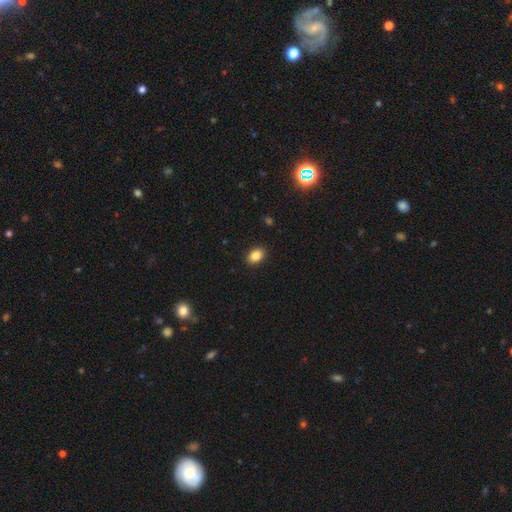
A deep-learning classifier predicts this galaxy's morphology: A smooth galaxy with no disk features (85%) that is in between round and cigar-shaped (74%).

Vote fractions:
- Smooth or featured? smooth: 85% / star or artifact: 9% / featured or disk: 6%
- How rounded? in between: 74% / round: 25% / cigar-shaped: 1%
- Merging? none: 90% / minor disturbance: 7% / major disturbance: 2% / merger: 1%